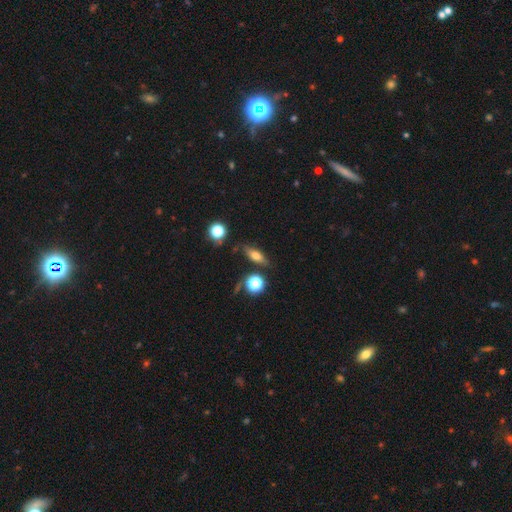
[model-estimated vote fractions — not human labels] smooth-or-featured: smooth: 61% | featured or disk: 28% | star or artifact: 12%
  how-rounded: in between: 58% | cigar-shaped: 32% | round: 9%
  merging: none: 76% | minor disturbance: 14% | merger: 5% | major disturbance: 4%